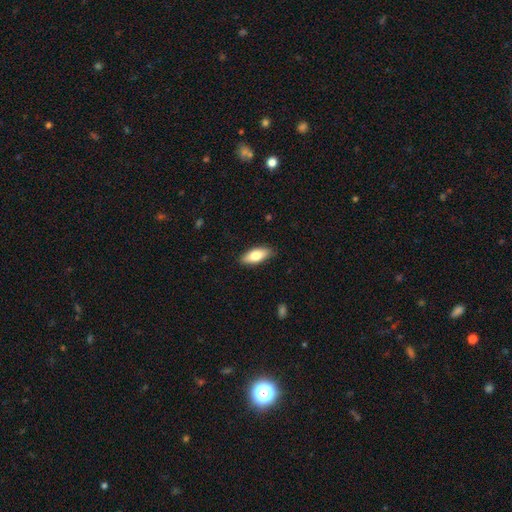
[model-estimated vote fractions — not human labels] This is likely a smooth galaxy (76%). How rounded: likely in between (78%). Merging: clearly none (88%).